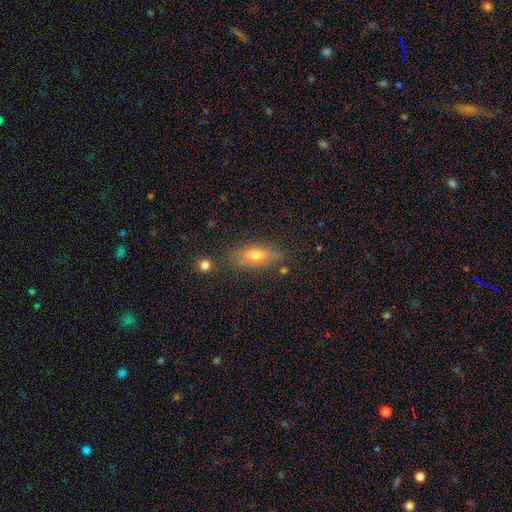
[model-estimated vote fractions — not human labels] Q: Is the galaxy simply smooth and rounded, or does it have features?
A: smooth — 66%.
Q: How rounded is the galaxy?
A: in between — 78%.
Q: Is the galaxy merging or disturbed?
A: none — 74%.